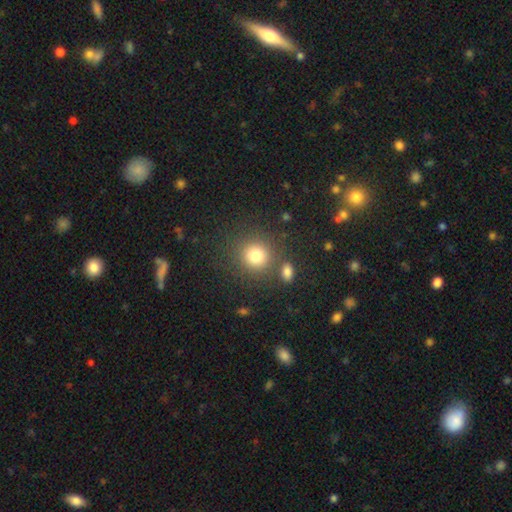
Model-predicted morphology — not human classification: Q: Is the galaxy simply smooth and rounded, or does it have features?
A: smooth — 80%.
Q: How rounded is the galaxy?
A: round — 89%.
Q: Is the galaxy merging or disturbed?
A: none — 79%.